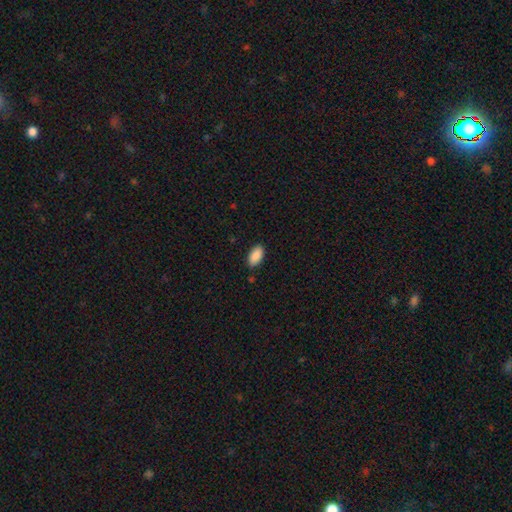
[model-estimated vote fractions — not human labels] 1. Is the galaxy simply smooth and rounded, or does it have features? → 90% smooth, 7% star or artifact, 3% featured or disk.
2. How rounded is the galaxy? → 94% in between, 4% cigar-shaped, 2% round.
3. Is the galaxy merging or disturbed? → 87% none, 10% minor disturbance, 2% major disturbance, 1% merger.